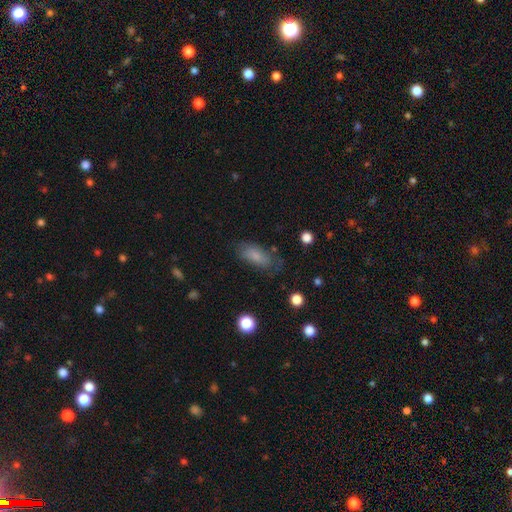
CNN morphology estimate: A smooth galaxy with no disk features (75%) that is in between round and cigar-shaped (83%). Merging: none (67%).